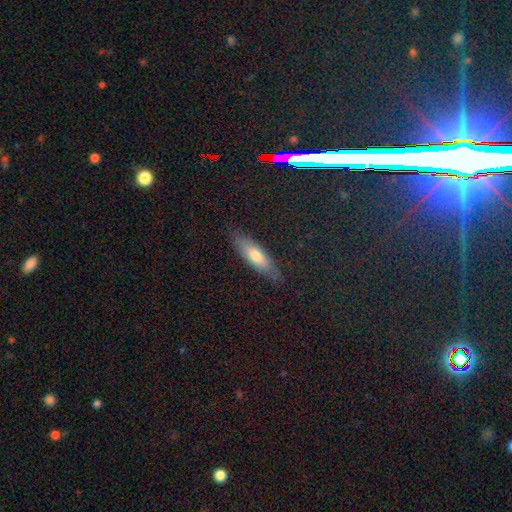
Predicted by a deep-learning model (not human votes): Smooth or featured? Predicted: smooth (p=0.69). How rounded? Predicted: cigar-shaped (p=0.49, tied with in between). Merging? Predicted: none (p=0.83).